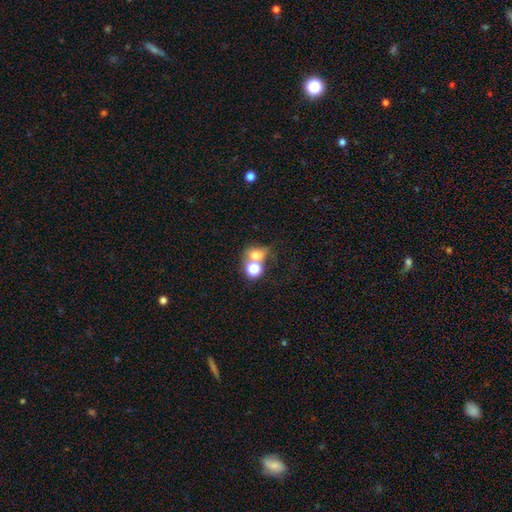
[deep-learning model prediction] The model was most divided on "merging": merger: 47%, none: 35%, minor disturbance: 10%, major disturbance: 8%. More confident: smooth or featured — smooth (68%); how rounded — round (60%).